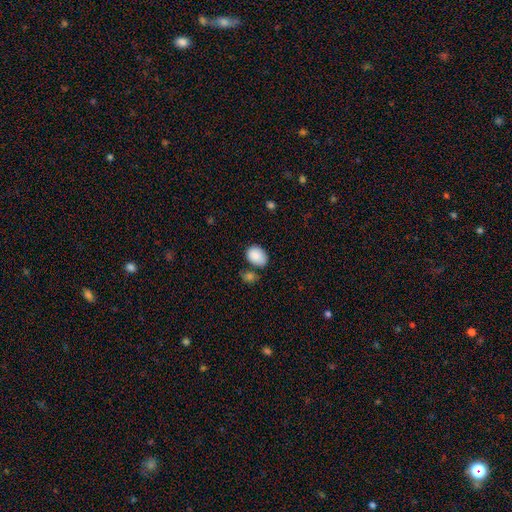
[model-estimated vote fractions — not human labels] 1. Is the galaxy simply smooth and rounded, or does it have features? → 88% smooth, 7% star or artifact, 5% featured or disk.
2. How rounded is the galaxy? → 75% in between, 24% round, 1% cigar-shaped.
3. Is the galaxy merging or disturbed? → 61% none, 20% minor disturbance, 13% merger, 5% major disturbance.